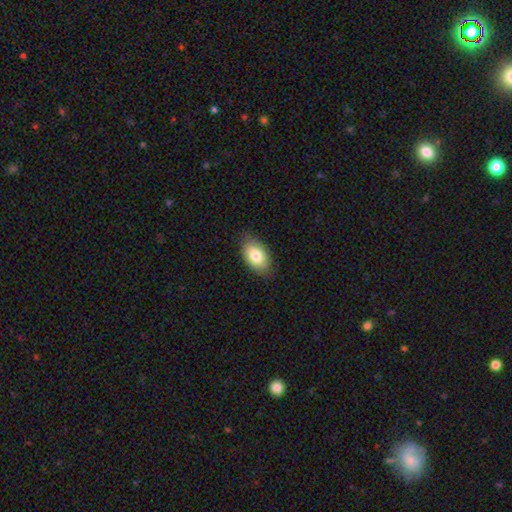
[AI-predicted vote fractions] Smooth or featured? Predicted: smooth (p=0.80). How rounded? Predicted: in between (p=0.92). Merging? Predicted: none (p=0.80).